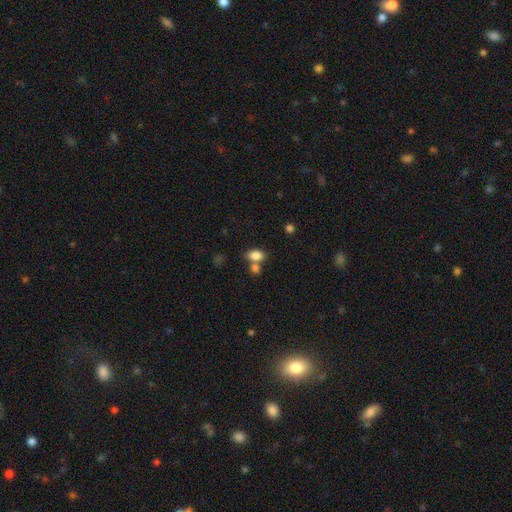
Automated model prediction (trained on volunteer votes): smooth-or-featured: smooth: 83% | star or artifact: 9% | featured or disk: 8%
  how-rounded: in between: 86% | round: 12% | cigar-shaped: 2%
  merging: none: 51% | merger: 34% | minor disturbance: 11% | major disturbance: 4%